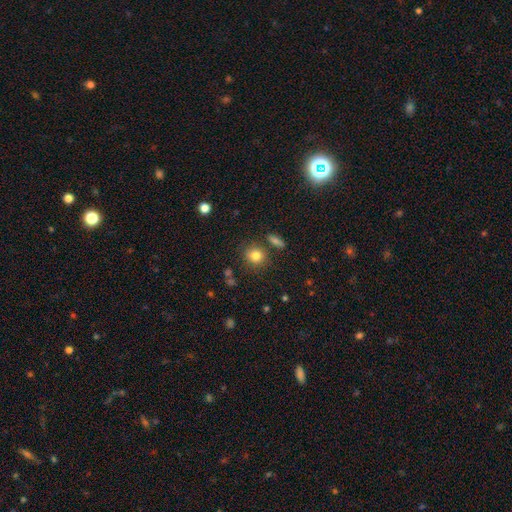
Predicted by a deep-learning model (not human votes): smooth-or-featured: smooth: 82% | star or artifact: 11% | featured or disk: 8%
  how-rounded: round: 79% | in between: 19% | cigar-shaped: 1%
  merging: none: 80% | minor disturbance: 11% | merger: 6% | major disturbance: 3%